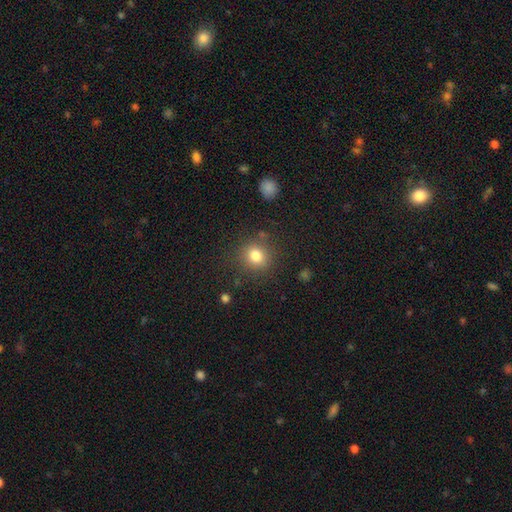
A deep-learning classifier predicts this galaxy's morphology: The model was most divided on "how rounded": round: 82%, in between: 17%, cigar-shaped: 1%. More confident: merging — none (83%); smooth or featured — smooth (80%).